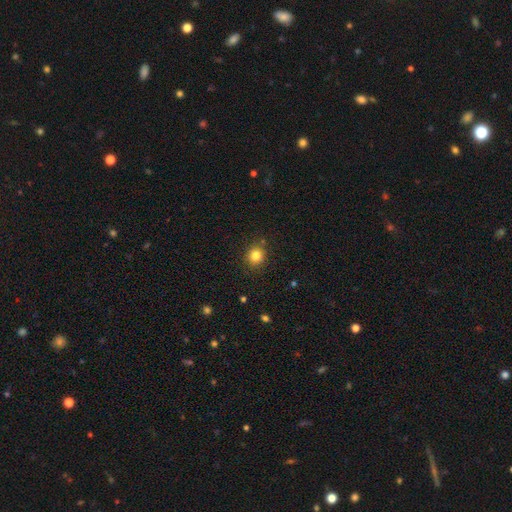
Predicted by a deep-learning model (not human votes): Smooth or featured? smooth (83%)
How rounded? round (85%)
Merging? none (86%)